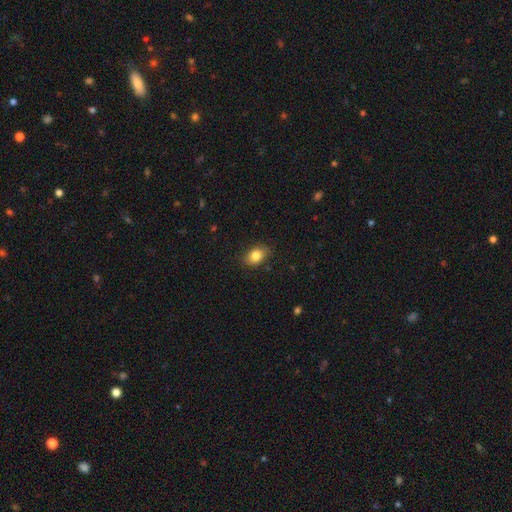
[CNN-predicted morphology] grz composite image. It shows a smooth galaxy with no disk features (83%) that is in between round and cigar-shaped (74%). Merging: none (85%).